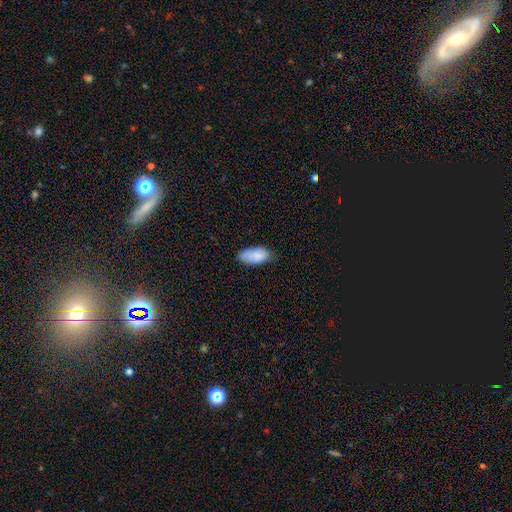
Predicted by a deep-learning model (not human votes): A smooth galaxy with no disk features (86%) that is in between round and cigar-shaped (93%). Merging: none (59%).